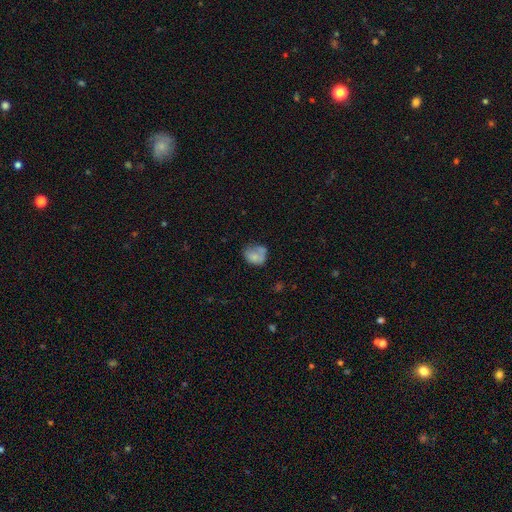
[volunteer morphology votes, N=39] This is clearly a smooth galaxy (85%). How rounded: possibly round (48%, tied with in between). Merging: marginally minor disturbance (40%).